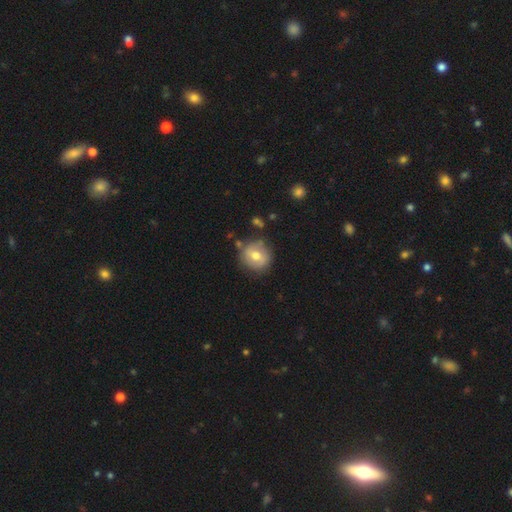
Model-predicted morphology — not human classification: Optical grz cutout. It shows a smooth galaxy with no disk features (63%) that is round (84%). Merging: none (73%).